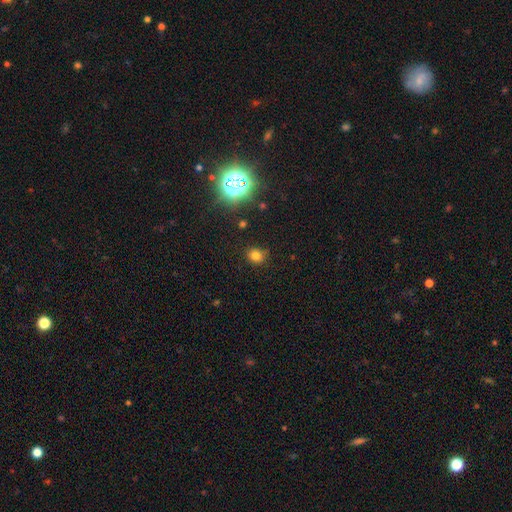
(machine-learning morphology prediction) Smooth or featured: smooth — 75% (star or artifact — 19%)
How rounded: round — 70% (in between — 29%)
Merging: none — 80% (minor disturbance — 14%)